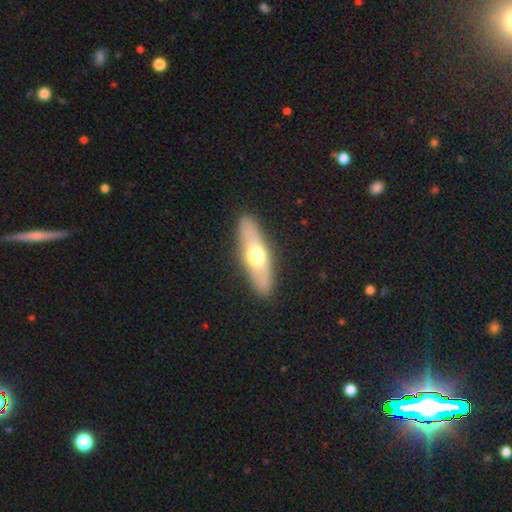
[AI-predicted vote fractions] This is possibly a smooth galaxy (53%). How rounded: possibly cigar-shaped (49%). Merging: clearly none (88%).